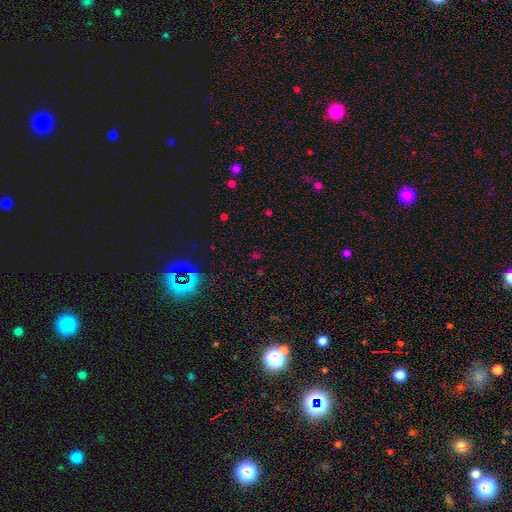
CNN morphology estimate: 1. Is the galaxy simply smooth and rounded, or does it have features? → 64% star or artifact, 29% smooth, 7% featured or disk.